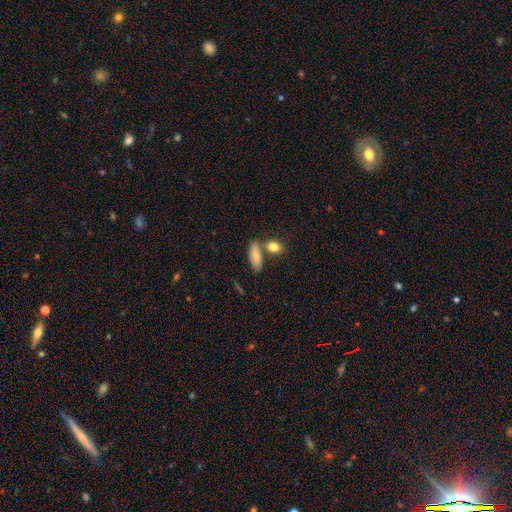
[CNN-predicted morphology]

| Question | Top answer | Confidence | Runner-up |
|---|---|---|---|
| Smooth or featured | smooth | 79% | featured or disk (14%) |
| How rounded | in between | 73% | cigar-shaped (23%) |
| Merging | none | 59% | merger (24%) |